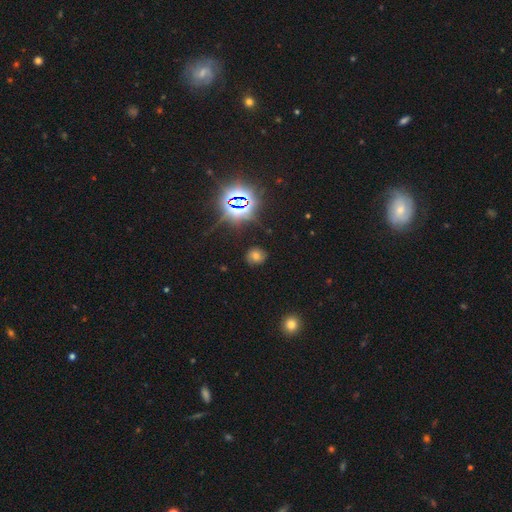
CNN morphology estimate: A smooth galaxy with no disk features (50%). Merging: none (81%).